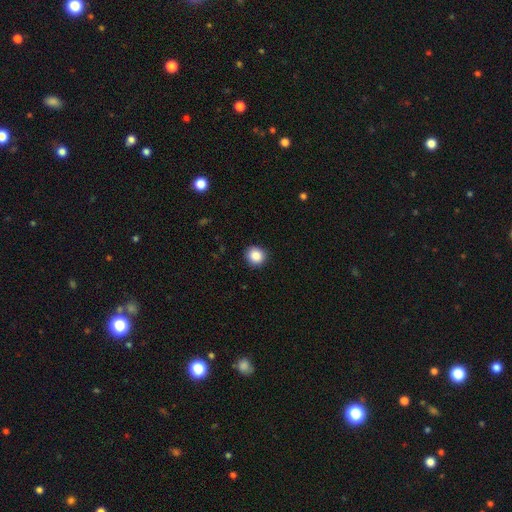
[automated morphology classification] The model was most divided on "smooth or featured": smooth: 87%, star or artifact: 9%, featured or disk: 4%. More confident: merging — none (91%); how rounded — round (90%).